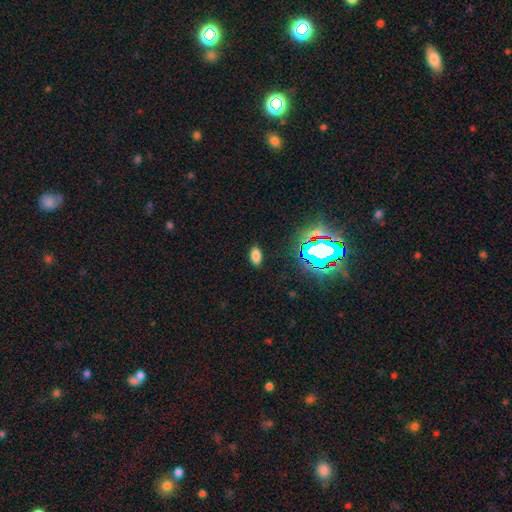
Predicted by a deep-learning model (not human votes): Smooth or featured?
  - smooth: 72% *
  - star or artifact: 20%
  - featured or disk: 7%
How rounded?
  - in between: 91% *
  - round: 5%
  - cigar-shaped: 4%
Merging?
  - none: 86% *
  - minor disturbance: 9%
  - major disturbance: 3%
  - merger: 1%